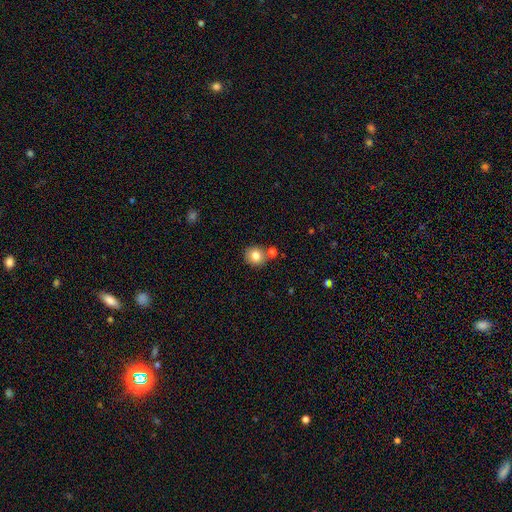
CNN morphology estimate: Smooth or featured?
  - smooth: 81% *
  - star or artifact: 11%
  - featured or disk: 9%
How rounded?
  - round: 85% *
  - in between: 14%
  - cigar-shaped: 1%
Merging?
  - none: 74% *
  - merger: 14%
  - minor disturbance: 9%
  - major disturbance: 2%